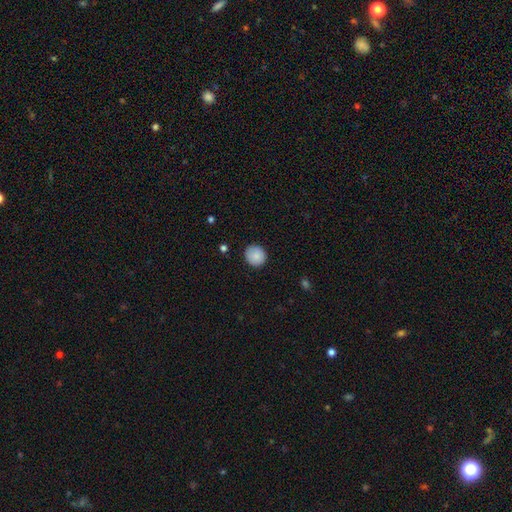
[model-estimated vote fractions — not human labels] A smooth galaxy with no disk features (87%) that is round (89%). Merging: none (87%).